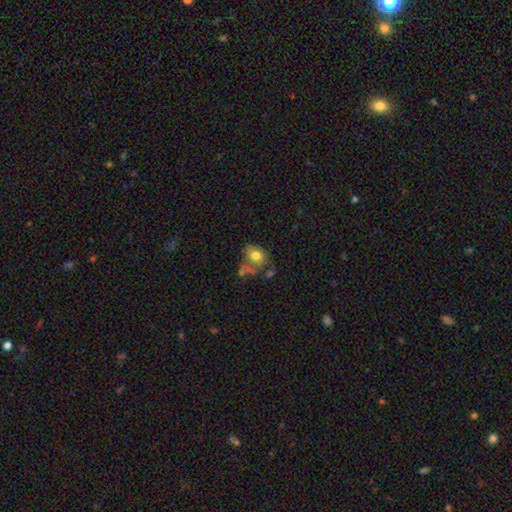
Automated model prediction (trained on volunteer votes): Smooth or featured? Predicted: smooth (p=0.72). How rounded? Predicted: in between (p=0.58). Merging? Predicted: none (p=0.35).